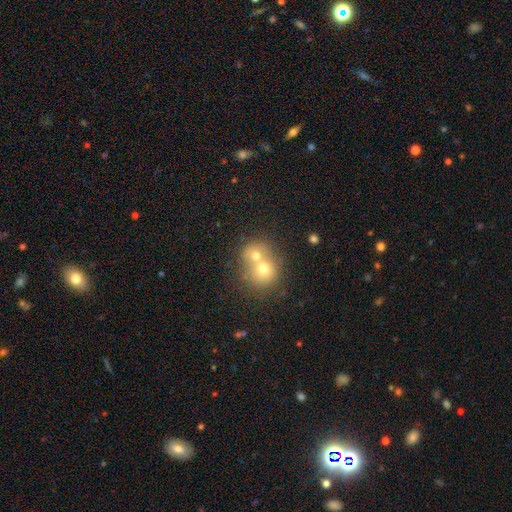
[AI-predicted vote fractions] A smooth galaxy with no disk features (65%) that is round (74%). Merging: merger (68%).